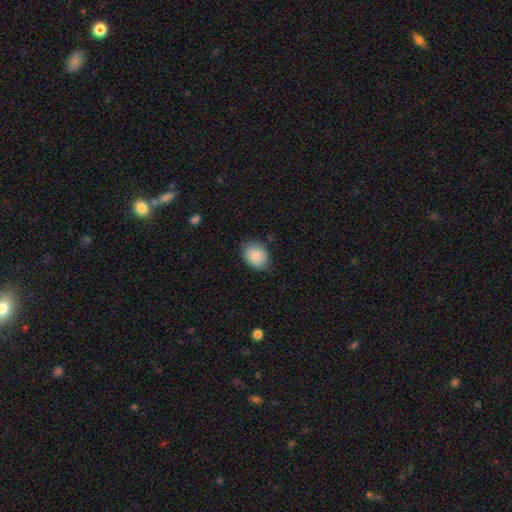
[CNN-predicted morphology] Smooth or featured? Predicted: smooth (p=0.82). How rounded? Predicted: in between (p=0.63). Merging? Predicted: none (p=0.75).